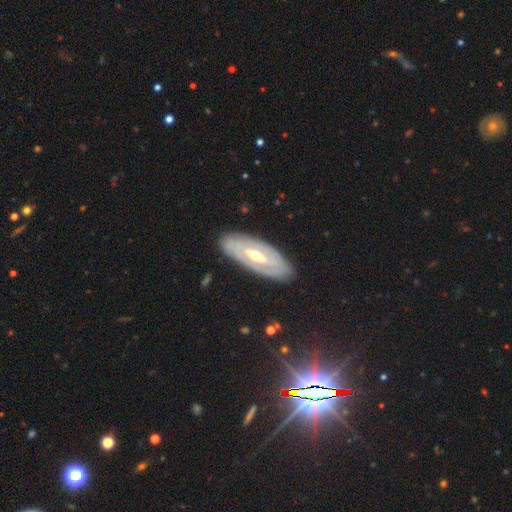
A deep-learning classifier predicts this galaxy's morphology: This appears to be a featured or disk galaxy (76%) with a weak bar (37%), spiral arms (57%) and a moderate central bulge (64%). Merging: none (85%).